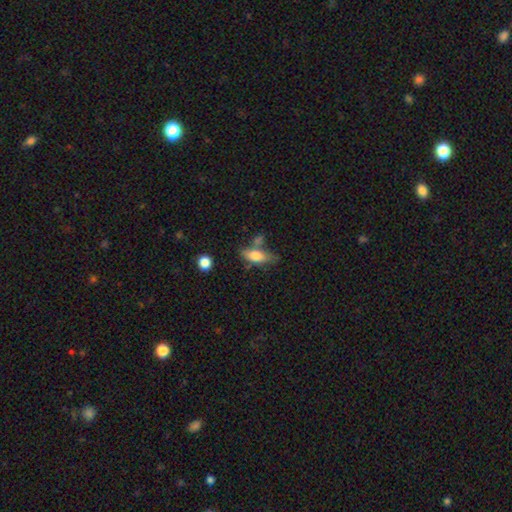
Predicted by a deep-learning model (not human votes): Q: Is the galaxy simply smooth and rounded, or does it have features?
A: smooth — 69%.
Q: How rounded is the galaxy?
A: in between — 69%.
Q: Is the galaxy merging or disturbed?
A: none — 50%.